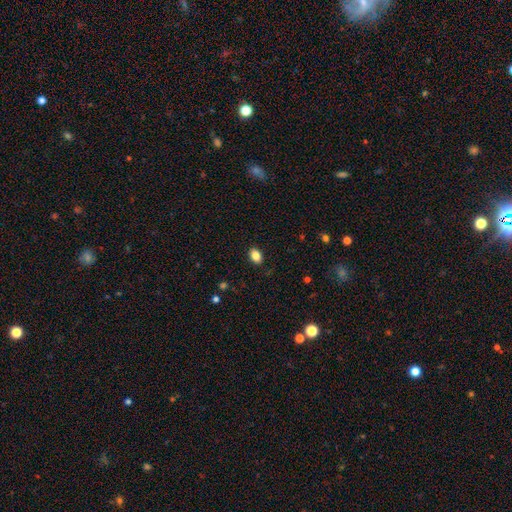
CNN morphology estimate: Overall: smooth (85%). How rounded: in between (81%). Merging: none (89%).